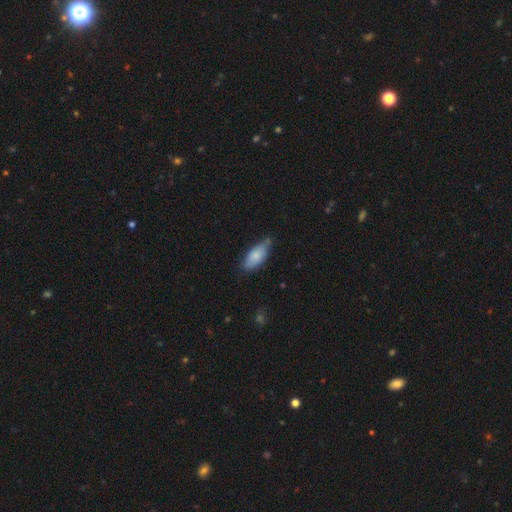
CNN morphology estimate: Smooth or featured? smooth (81%)
How rounded? in between (81%)
Merging? none (59%)